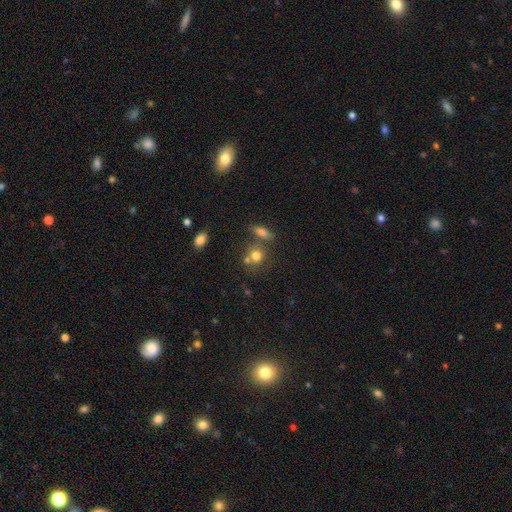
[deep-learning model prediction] Smooth or featured: smooth — 75% (featured or disk — 13%)
How rounded: round — 69% (in between — 29%)
Merging: none — 50% (merger — 31%)